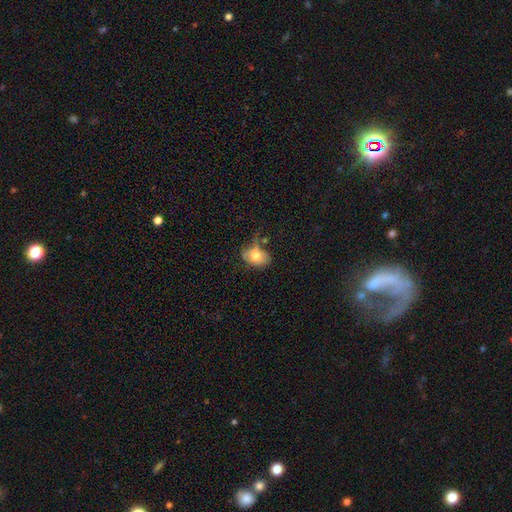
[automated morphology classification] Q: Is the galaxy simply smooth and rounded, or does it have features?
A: smooth — 71%.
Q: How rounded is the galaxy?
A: in between — 72%.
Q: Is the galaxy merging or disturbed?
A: none — 36%.